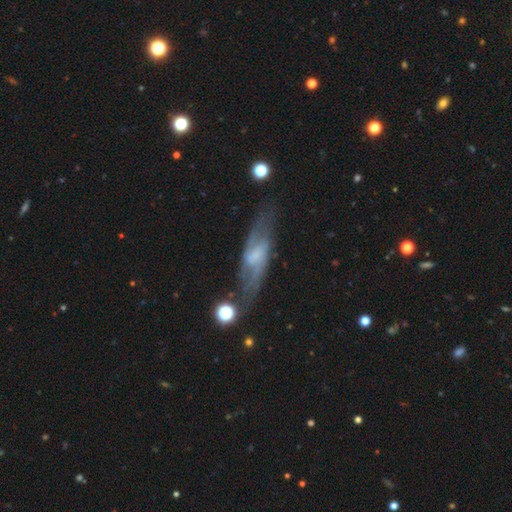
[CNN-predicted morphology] Overall: featured or disk (70%). Edge-on disk: no (75%). Bar: weak (47%; no 37%). Spiral arms: yes (84%). Bulge size: small (39%; none 32%). Merging: none (70%).